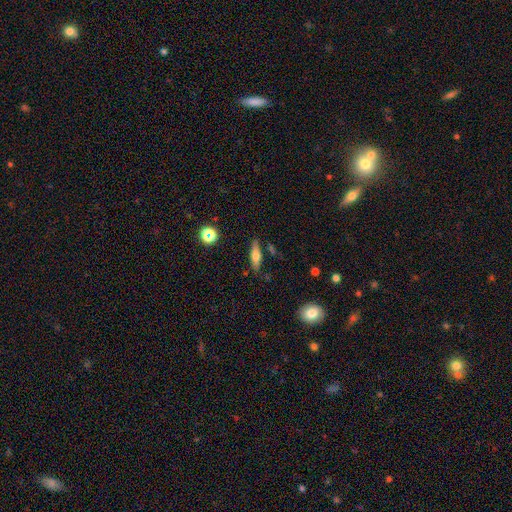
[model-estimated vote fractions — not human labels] This appears to be a smooth galaxy with no disk features (60%) that is cigar-shaped (57%). Merging: none (79%).